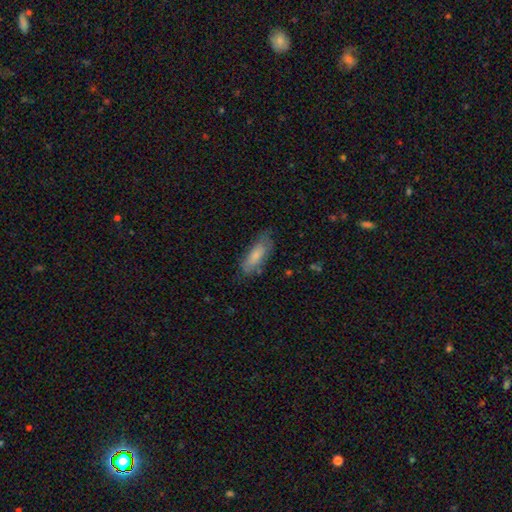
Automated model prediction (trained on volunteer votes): This appears to be a smooth galaxy with no disk features (76%) that is in between round and cigar-shaped (67%). Merging: none (67%).